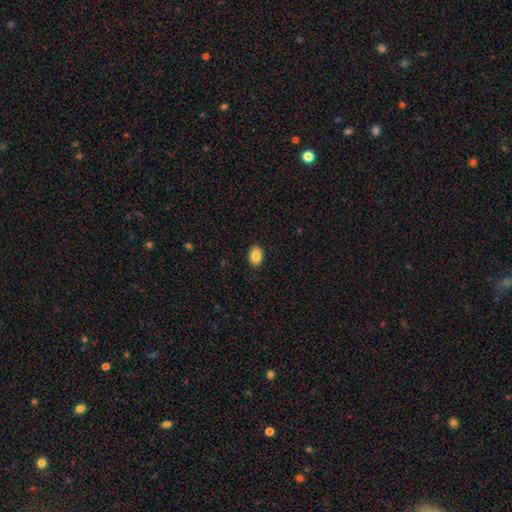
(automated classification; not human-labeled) This is clearly a smooth galaxy (87%). How rounded: clearly in between (85%). Merging: clearly none (88%).